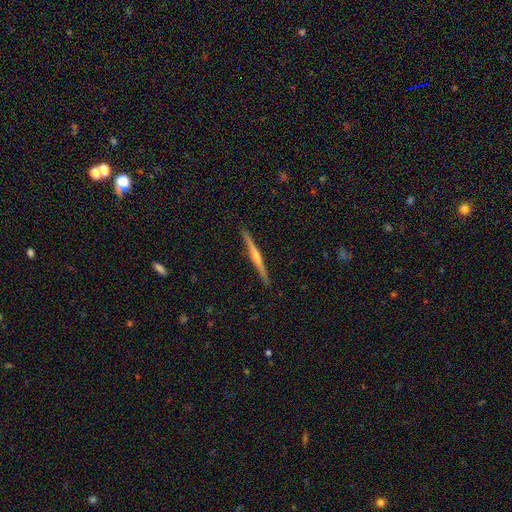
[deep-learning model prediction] smooth_or_featured: featured or disk (p=0.76) [alt: smooth p=0.19]
disk_edge_on: yes (p=0.98) [alt: no p=0.02]
edge_on_bulge: rounded (p=0.78) [alt: none p=0.15]
merging: none (p=0.92) [alt: minor disturbance p=0.06]